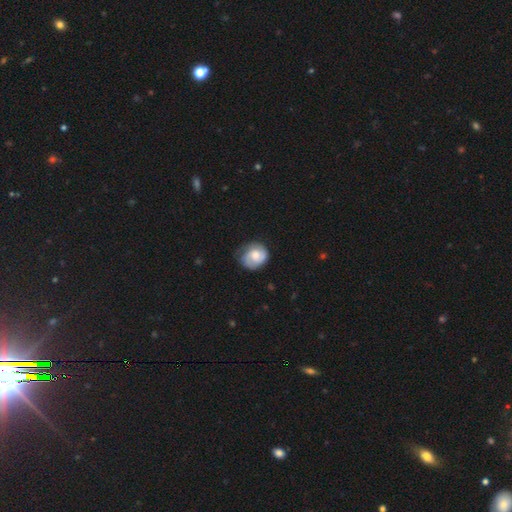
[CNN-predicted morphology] smooth_or_featured: featured or disk (p=0.49) [alt: smooth p=0.44]
merging: none (p=0.64) [alt: minor disturbance p=0.26]